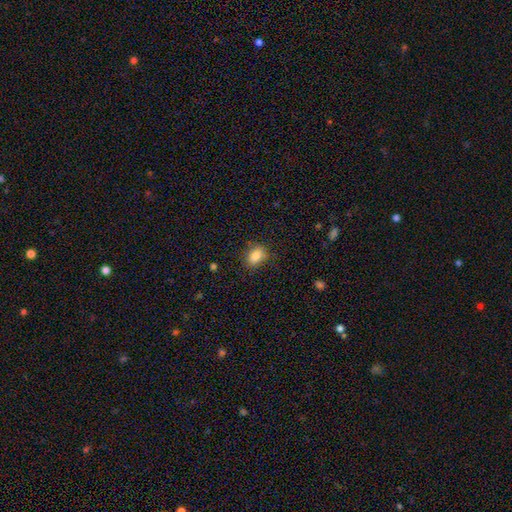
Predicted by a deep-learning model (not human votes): Q: Smooth or featured?
A: smooth (86%); runner-up: star or artifact (9%)
Q: How rounded?
A: in between (69%); runner-up: round (29%)
Q: Merging?
A: none (77%); runner-up: minor disturbance (17%)